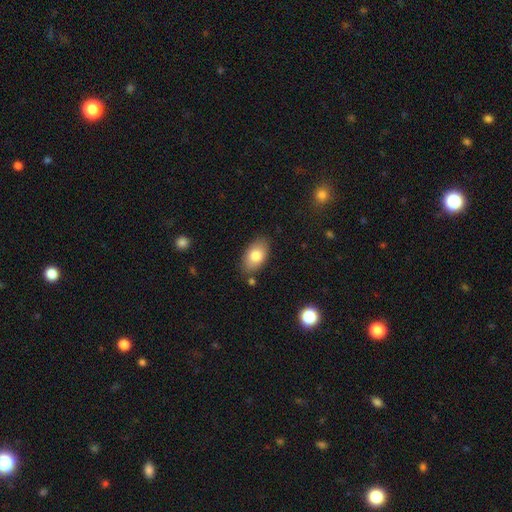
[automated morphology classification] Overall: smooth (80%). How rounded: in between (93%). Merging: none (81%).